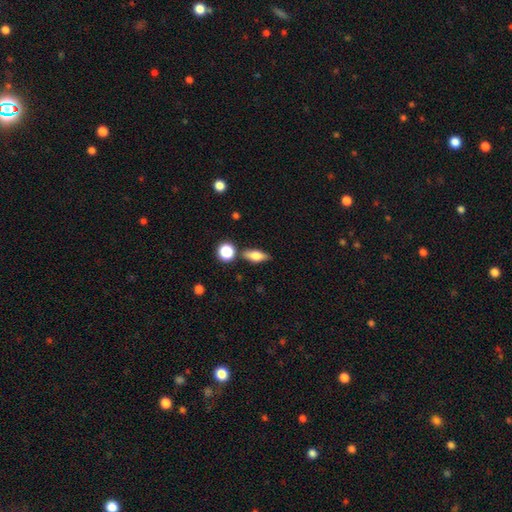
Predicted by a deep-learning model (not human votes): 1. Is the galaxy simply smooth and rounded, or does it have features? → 70% smooth, 21% featured or disk, 9% star or artifact.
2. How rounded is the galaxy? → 73% in between, 18% cigar-shaped, 9% round.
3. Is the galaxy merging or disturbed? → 77% none, 13% minor disturbance, 7% merger, 3% major disturbance.